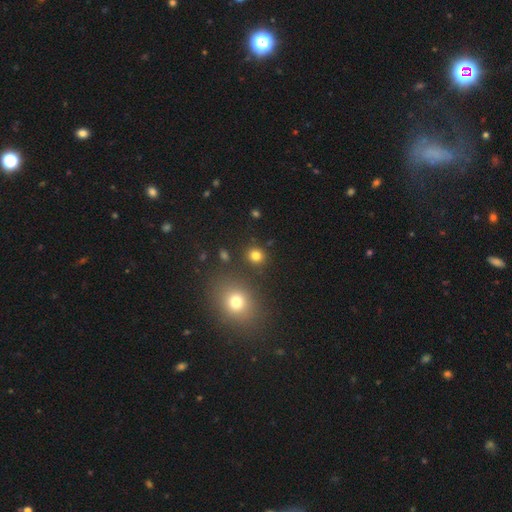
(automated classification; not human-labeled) Smooth or featured: smooth — 80% (star or artifact — 15%)
How rounded: round — 84% (in between — 15%)
Merging: none — 86% (minor disturbance — 7%)